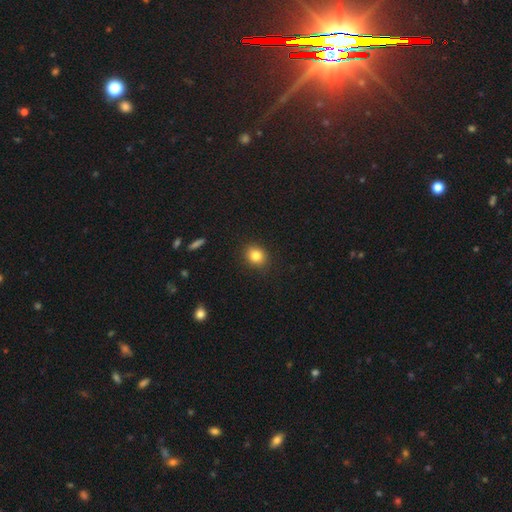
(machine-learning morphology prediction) smooth 83%, star or artifact 11%, featured or disk 6%. Down the decision tree: how rounded — round (71%); merging — none (89%).